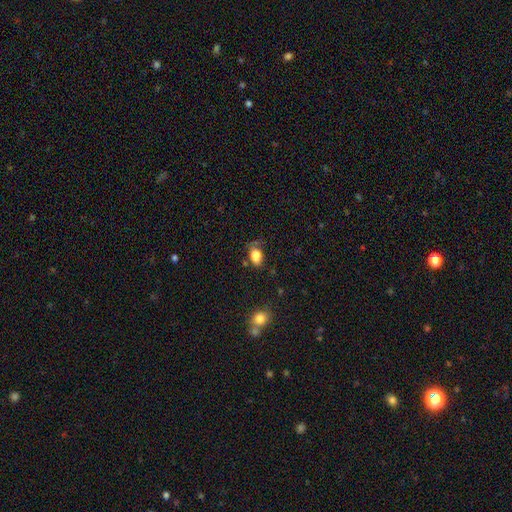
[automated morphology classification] Overall: smooth (84%). How rounded: in between (84%). Merging: none (61%; minor disturbance 27%).